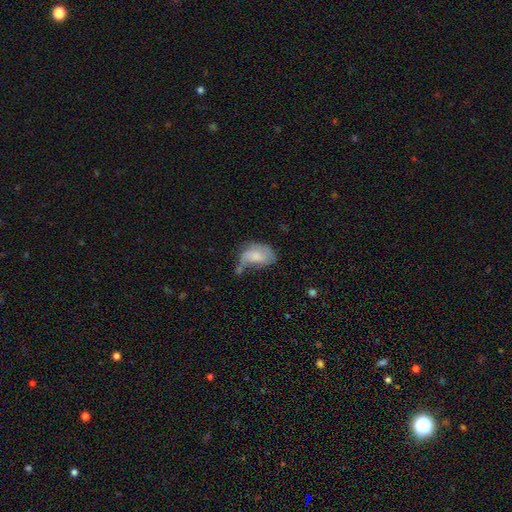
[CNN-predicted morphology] This appears to be a smooth galaxy with no disk features (51%) that is in between round and cigar-shaped (88%). Merging: major disturbance (30%).